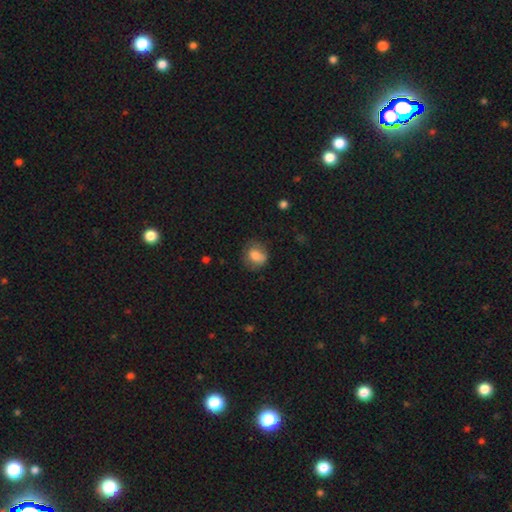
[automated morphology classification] Overall: smooth (77%). How rounded: round (62%; in between 37%). Merging: none (68%).